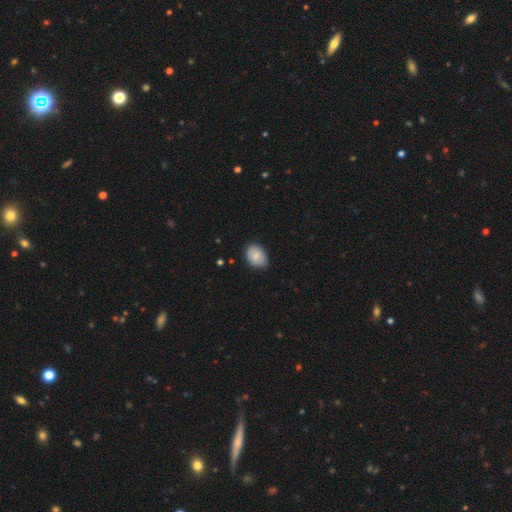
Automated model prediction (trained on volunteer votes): Smooth or featured? smooth (84%)
How rounded? in between (72%)
Merging? none (81%)